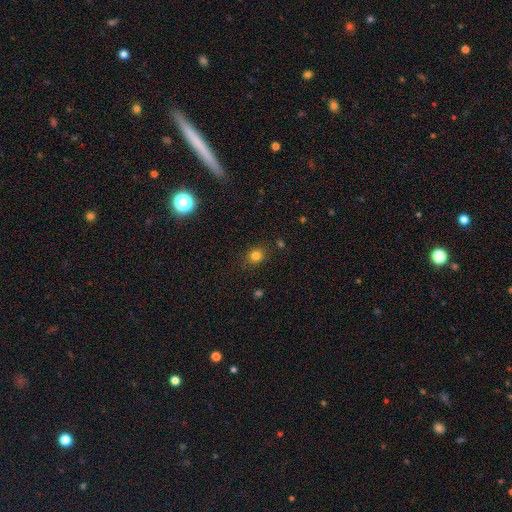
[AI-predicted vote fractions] Morphology: type=smooth (80%); roundness=round (79%); merging=none (85%).